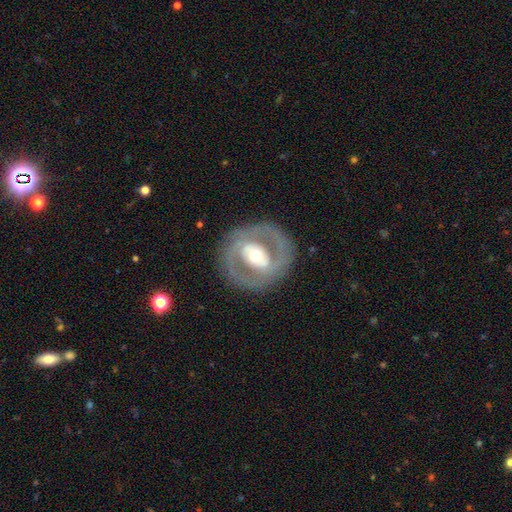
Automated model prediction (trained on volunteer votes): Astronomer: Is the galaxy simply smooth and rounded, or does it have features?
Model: featured or disk — 73%.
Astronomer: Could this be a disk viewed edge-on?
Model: no — 95%.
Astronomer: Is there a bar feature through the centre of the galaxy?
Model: no — 38% (runner-up: weak, 32%).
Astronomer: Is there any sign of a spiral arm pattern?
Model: no — 53% (runner-up: yes, 47%).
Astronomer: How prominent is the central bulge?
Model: moderate — 65%.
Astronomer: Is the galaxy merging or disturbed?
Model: none — 81%.